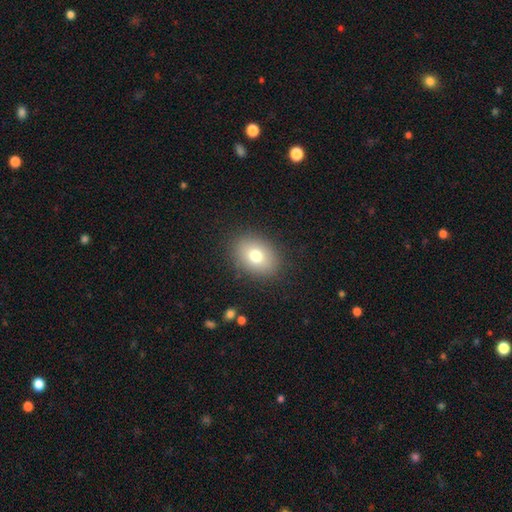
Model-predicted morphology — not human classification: Overall: smooth (76%). How rounded: in between (70%). Merging: none (87%).